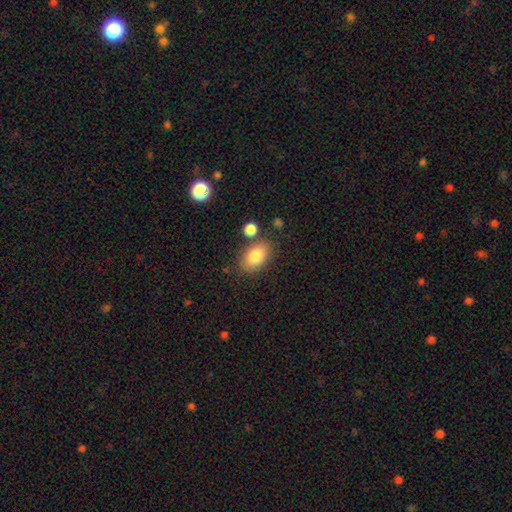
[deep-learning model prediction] Q: Smooth or featured?
A: smooth (82%); runner-up: featured or disk (10%)
Q: How rounded?
A: in between (88%); runner-up: round (10%)
Q: Merging?
A: none (75%); runner-up: minor disturbance (14%)